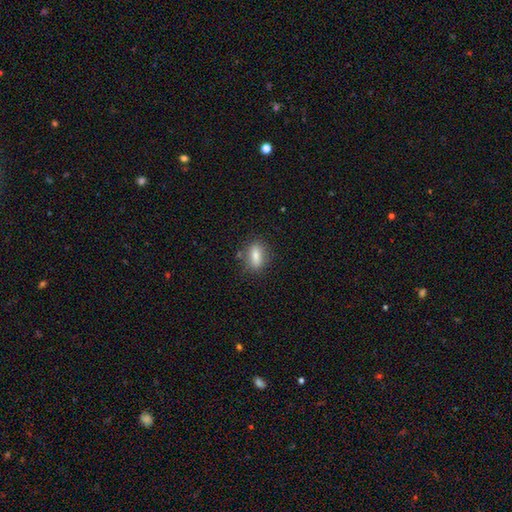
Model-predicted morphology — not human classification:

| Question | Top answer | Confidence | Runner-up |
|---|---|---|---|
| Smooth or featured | smooth | 79% | featured or disk (13%) |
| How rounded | in between | 74% | cigar-shaped (16%) |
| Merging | none | 79% | minor disturbance (14%) |